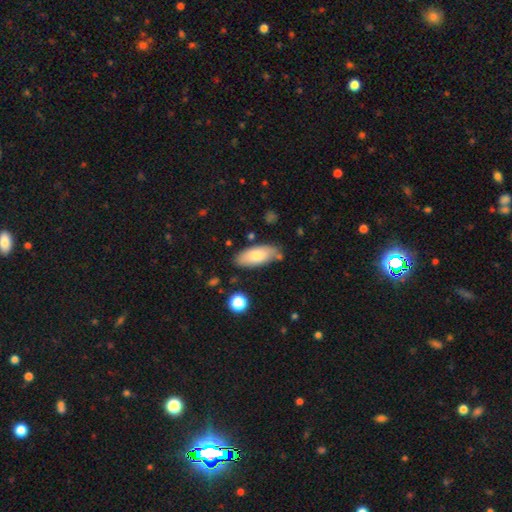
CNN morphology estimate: Q: Smooth or featured?
A: smooth (78%); runner-up: featured or disk (16%)
Q: How rounded?
A: in between (84%); runner-up: cigar-shaped (14%)
Q: Merging?
A: none (77%); runner-up: minor disturbance (16%)